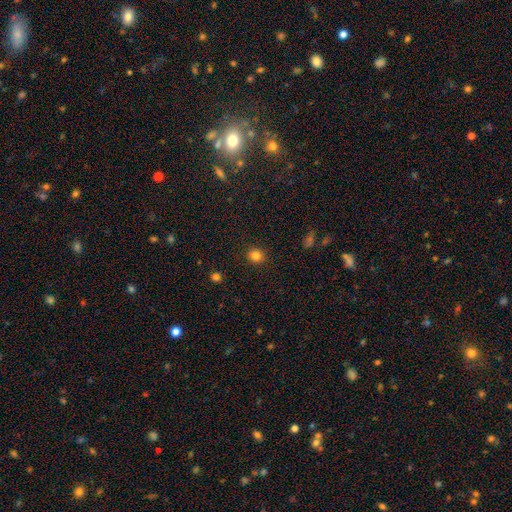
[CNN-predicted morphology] smooth-or-featured: smooth: 82% | star or artifact: 13% | featured or disk: 5%
  how-rounded: round: 87% | in between: 12% | cigar-shaped: 1%
  merging: none: 91% | minor disturbance: 6% | major disturbance: 2% | merger: 1%